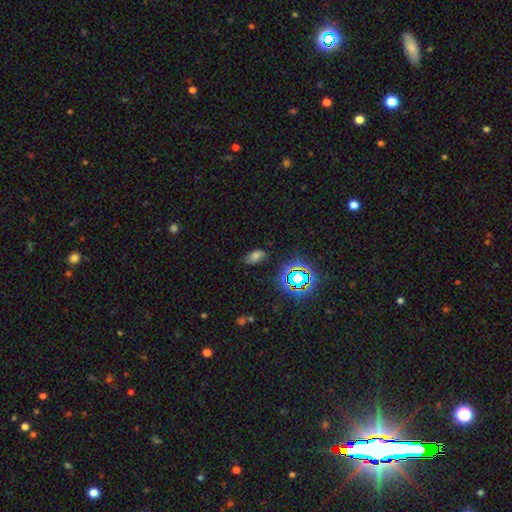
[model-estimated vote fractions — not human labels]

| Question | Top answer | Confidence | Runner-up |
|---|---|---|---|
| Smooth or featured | smooth | 54% | star or artifact (32%) |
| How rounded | in between | 84% | round (9%) |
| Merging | none | 73% | minor disturbance (18%) |